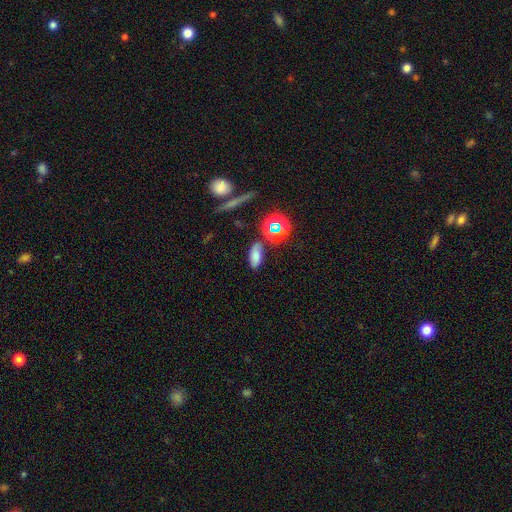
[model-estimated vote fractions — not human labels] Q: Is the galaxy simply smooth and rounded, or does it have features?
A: smooth — 70%.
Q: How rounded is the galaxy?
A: in between — 84%.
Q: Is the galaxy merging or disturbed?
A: none — 76%.